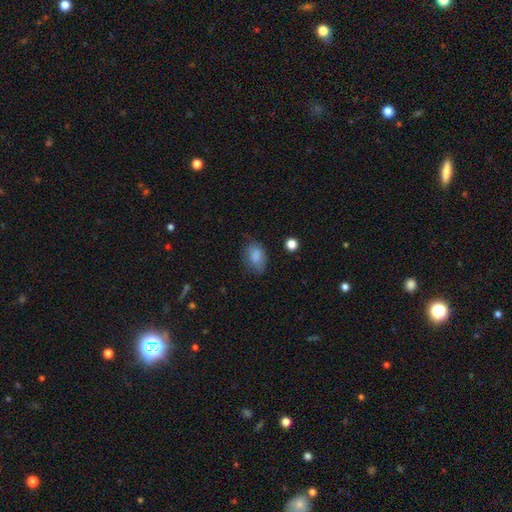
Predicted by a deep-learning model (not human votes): Smooth or featured: smooth — 83% (featured or disk — 9%)
How rounded: in between — 84% (round — 15%)
Merging: none — 63% (minor disturbance — 27%)